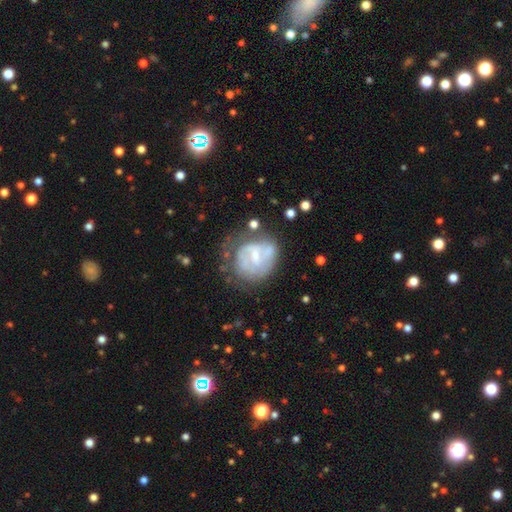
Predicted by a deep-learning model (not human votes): Q: Smooth or featured?
A: featured or disk (66%); runner-up: smooth (27%)
Q: Edge-on disk?
A: no (98%); runner-up: yes (2%)
Q: Bar?
A: weak (47%); runner-up: no (40%)
Q: Spiral arms?
A: yes (63%); runner-up: no (37%)
Q: Bulge size?
A: small (59%); runner-up: moderate (30%)
Q: Merging?
A: none (44%); runner-up: minor disturbance (26%)